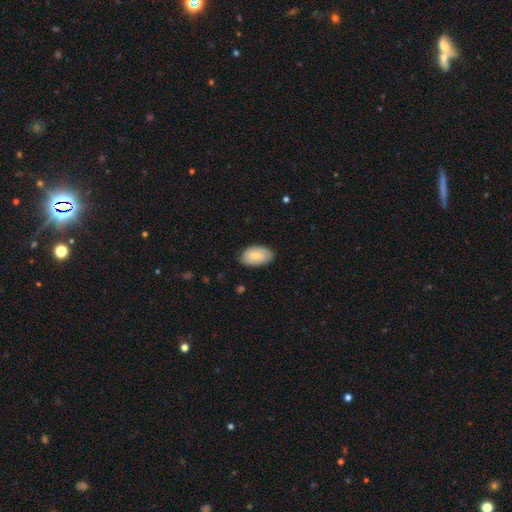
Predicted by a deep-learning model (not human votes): Q: Smooth or featured?
A: smooth (73%); runner-up: featured or disk (21%)
Q: How rounded?
A: in between (93%); runner-up: round (6%)
Q: Merging?
A: none (80%); runner-up: minor disturbance (16%)